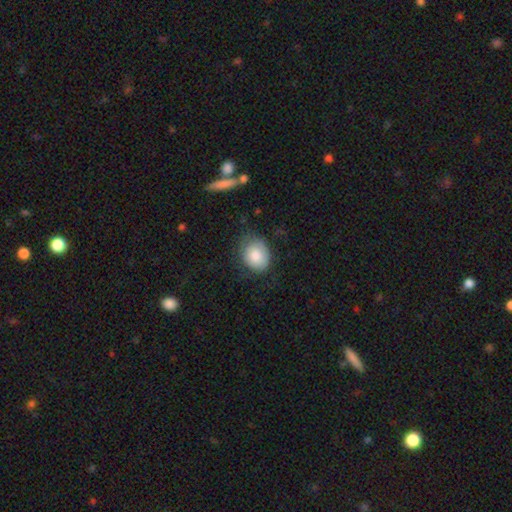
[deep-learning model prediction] The model was most divided on "how rounded": in between: 52%, round: 47%, cigar-shaped: 1%. More confident: smooth or featured — smooth (83%); merging — none (63%).